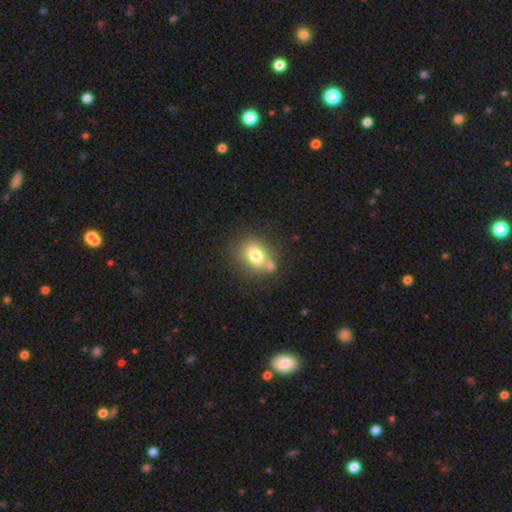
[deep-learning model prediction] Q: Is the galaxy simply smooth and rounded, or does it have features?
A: smooth — 76%.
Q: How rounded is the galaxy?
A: round — 54%.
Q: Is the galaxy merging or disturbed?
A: none — 58%.